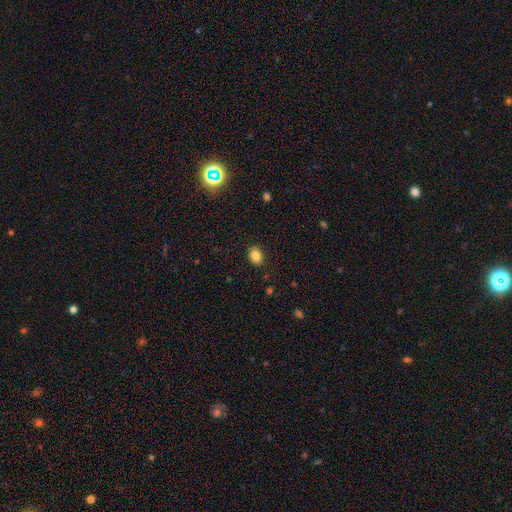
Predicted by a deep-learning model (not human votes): smooth 84%, star or artifact 10%, featured or disk 6%. Down the decision tree: how rounded — in between (60%); merging — none (88%).